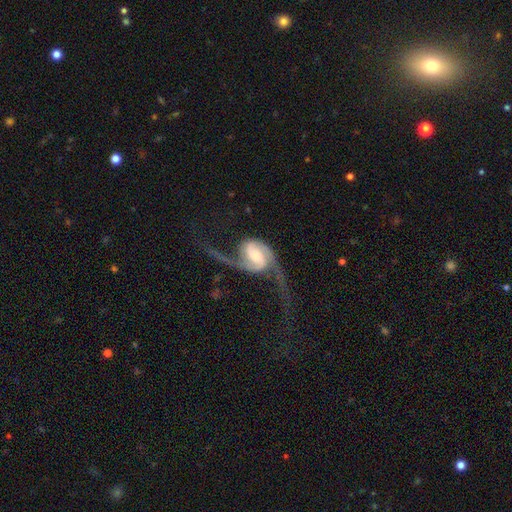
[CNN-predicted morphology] A featured or disk galaxy (90%) with a weak bar (41%), 2 (92%) loose (65%) spiral arms (97%) and a moderate central bulge (46%).

Vote fractions:
- Smooth or featured? featured or disk: 90% / smooth: 6% / star or artifact: 4%
- Edge-on disk? no: 97% / yes: 3%
- Bar? weak: 41% / no: 37% / strong: 21%
- Spiral arms? yes: 97% / no: 3%
- Spiral winding? loose: 65% / medium: 25% / tight: 9%
- Spiral arm count? 2: 92% / 1: 3% / can't tell: 2% / 3: 1% / 4: 1% / more than 4: 1%
- Bulge size? moderate: 46% / small: 23% / large: 21% / none: 7% / dominant: 4%
- Merging? none: 48% / major disturbance: 33% / minor disturbance: 15% / merger: 4%